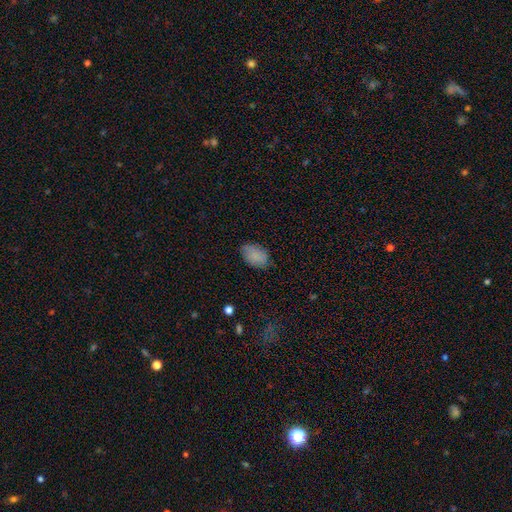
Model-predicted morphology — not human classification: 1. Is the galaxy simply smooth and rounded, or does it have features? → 85% smooth, 8% star or artifact, 7% featured or disk.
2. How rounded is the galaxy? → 88% in between, 10% round, 1% cigar-shaped.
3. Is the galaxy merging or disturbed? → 78% none, 17% minor disturbance, 4% major disturbance, 1% merger.